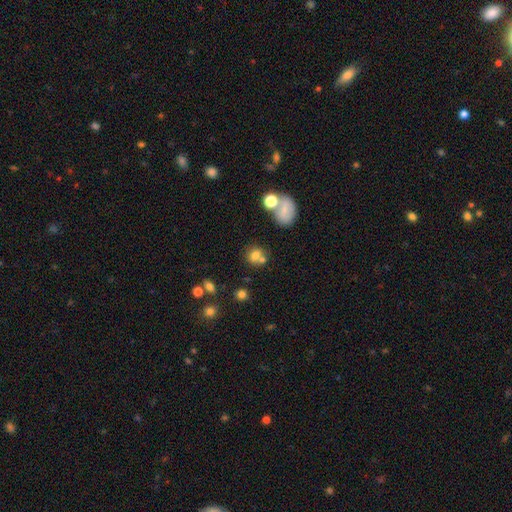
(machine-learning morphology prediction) type=smooth (73%); roundness=round (71%); merging=none (52%).